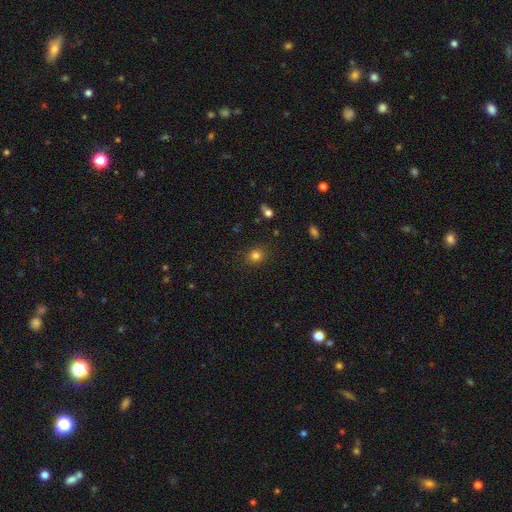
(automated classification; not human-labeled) Morphology: type=smooth (81%); roundness=round (78%); merging=none (87%).